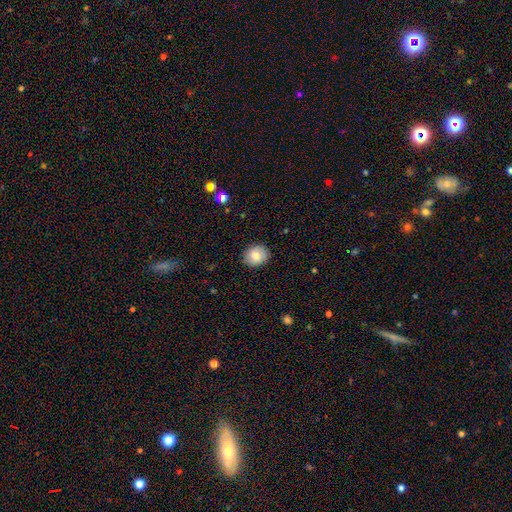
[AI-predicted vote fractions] This is likely a smooth galaxy (80%). How rounded: likely round (64%). Merging: clearly none (88%).